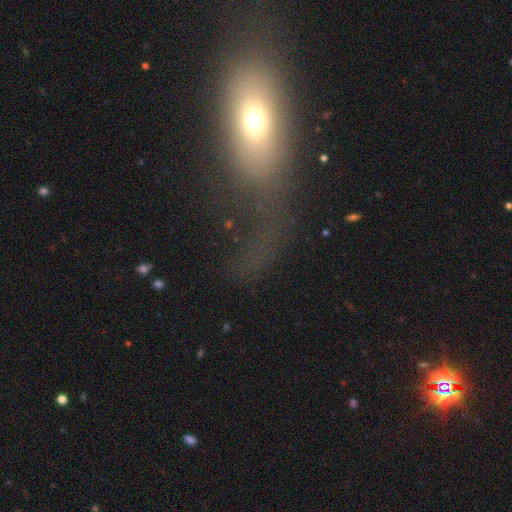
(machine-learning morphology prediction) smooth_or_featured: smooth (p=0.51) [alt: featured or disk p=0.29]
how_rounded: in between (p=0.60) [alt: round p=0.24]
merging: none (p=0.39) [tied with: major disturbance p=0.39]